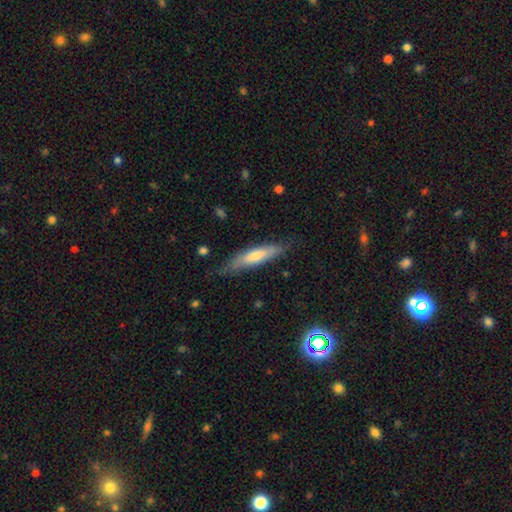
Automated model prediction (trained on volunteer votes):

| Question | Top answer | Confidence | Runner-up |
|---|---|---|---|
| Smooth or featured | smooth | 53% | featured or disk (39%) |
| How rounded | cigar-shaped | 82% | in between (16%) |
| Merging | none | 76% | minor disturbance (19%) |